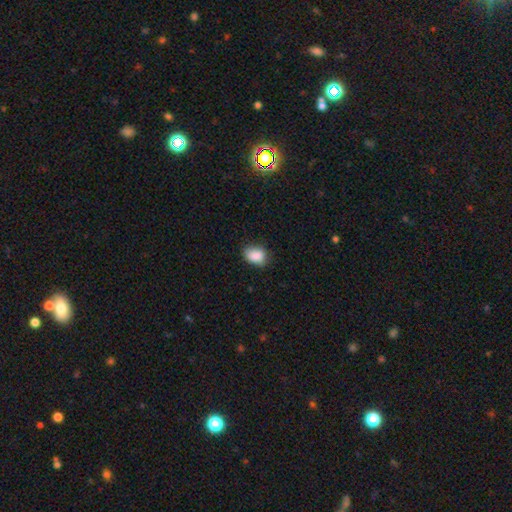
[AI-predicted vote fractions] A smooth galaxy with no disk features (87%) that is in between round and cigar-shaped (76%).

Vote fractions:
- Smooth or featured? smooth: 87% / star or artifact: 8% / featured or disk: 4%
- How rounded? in between: 76% / round: 23% / cigar-shaped: 1%
- Merging? none: 70% / minor disturbance: 24% / major disturbance: 5% / merger: 1%